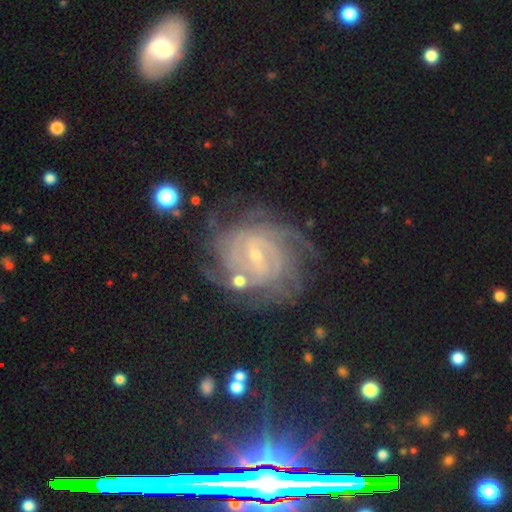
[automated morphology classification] Smooth or featured? Predicted: featured or disk (p=0.89). Edge-on disk? Predicted: no (p=0.97). Bar? Predicted: weak (p=0.52). Spiral arms? Predicted: yes (p=0.98). Spiral winding? Predicted: tight (p=0.72). Spiral arm count? Predicted: can't tell (p=0.26). Bulge size? Predicted: small (p=0.75). Merging? Predicted: none (p=0.71).